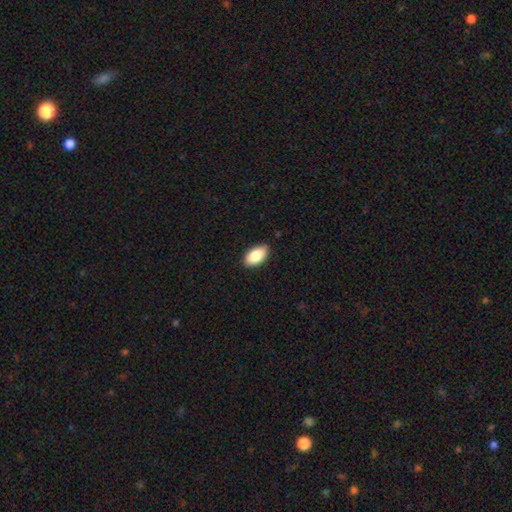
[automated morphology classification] This is clearly a smooth galaxy (86%). How rounded: clearly in between (94%). Merging: clearly none (85%).